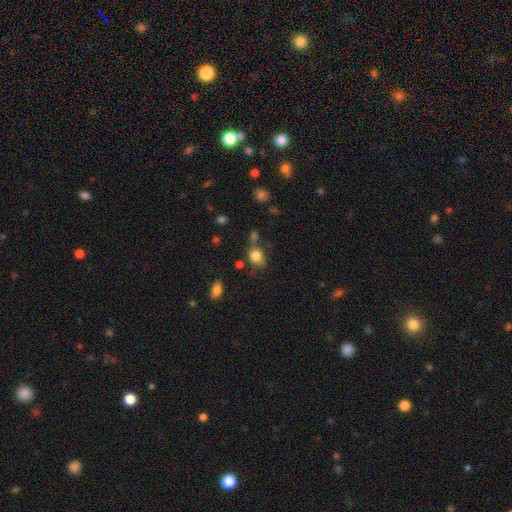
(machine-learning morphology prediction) Overall: smooth (81%). How rounded: round (58%; in between 41%). Merging: none (59%; minor disturbance 22%).